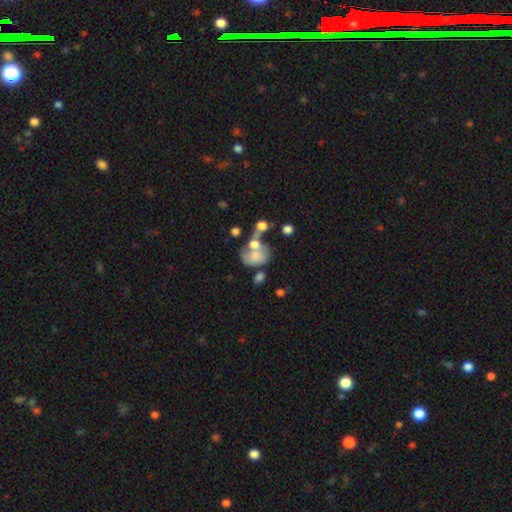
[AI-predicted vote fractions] smooth-or-featured: smooth: 55% | featured or disk: 34% | star or artifact: 11%
  how-rounded: in between: 65% | round: 33% | cigar-shaped: 1%
  merging: merger: 46% | major disturbance: 21% | none: 19% | minor disturbance: 14%